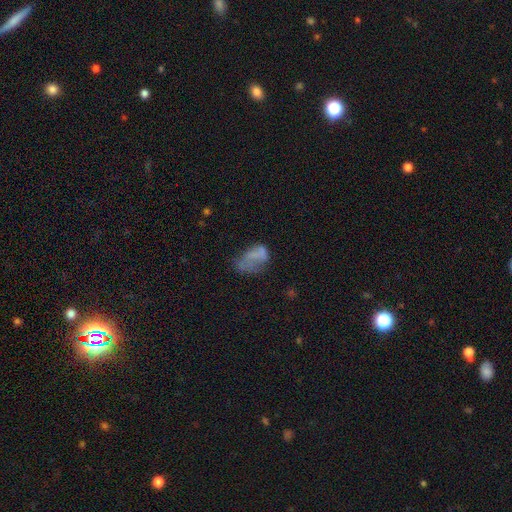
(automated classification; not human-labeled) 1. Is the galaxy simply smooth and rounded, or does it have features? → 55% smooth, 31% featured or disk, 14% star or artifact.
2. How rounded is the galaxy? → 87% in between, 11% round, 2% cigar-shaped.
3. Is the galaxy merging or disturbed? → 34% major disturbance, 30% none, 26% minor disturbance, 9% merger.